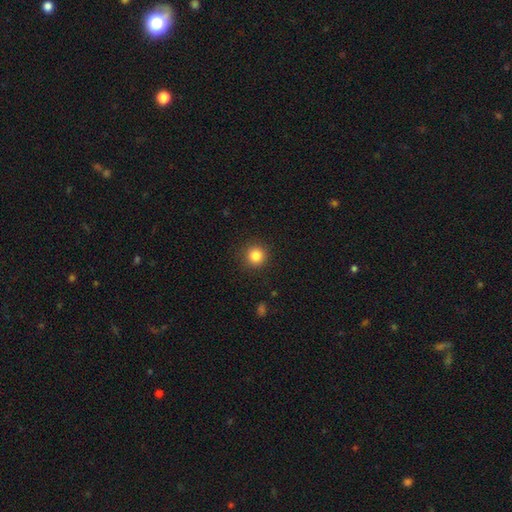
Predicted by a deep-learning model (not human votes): This appears to be a smooth galaxy with no disk features (84%) that is round (95%). Merging: none (91%).